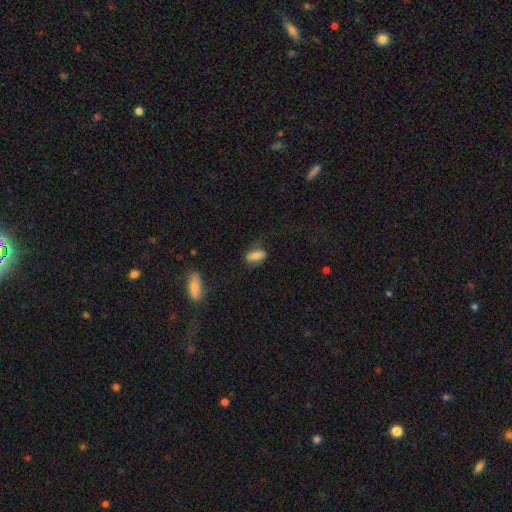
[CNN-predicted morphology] smooth-or-featured: smooth: 78% | featured or disk: 14% | star or artifact: 8%
  how-rounded: in between: 84% | cigar-shaped: 11% | round: 4%
  merging: none: 66% | minor disturbance: 23% | major disturbance: 9% | merger: 2%